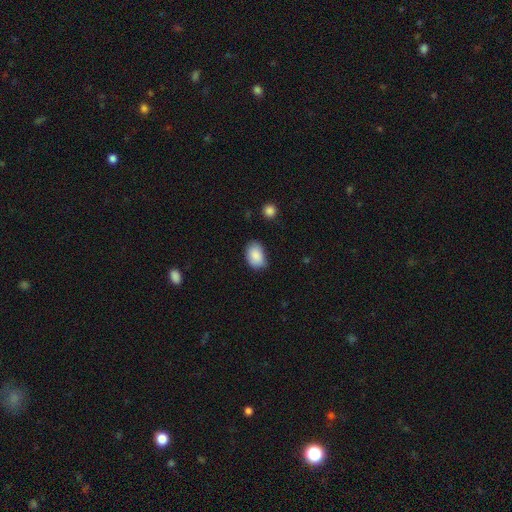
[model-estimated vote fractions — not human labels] Morphology: type=smooth (88%); roundness=in between (87%); merging=none (68%).